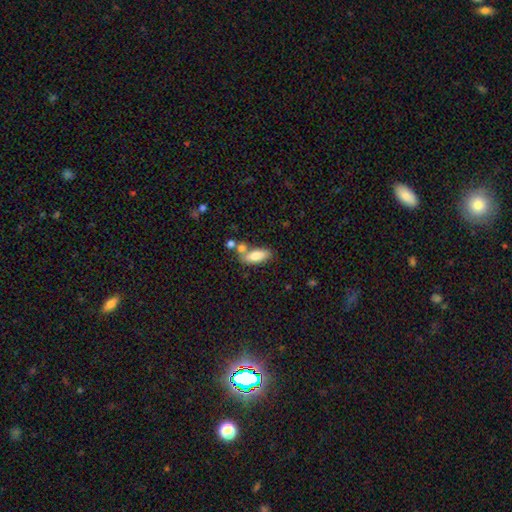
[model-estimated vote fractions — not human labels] A smooth galaxy with no disk features (79%) that is in between round and cigar-shaped (76%). Merging: none (59%).